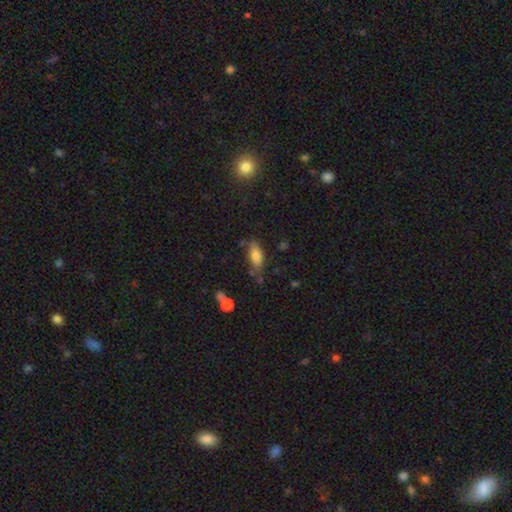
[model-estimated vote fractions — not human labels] A smooth galaxy with no disk features (76%) that is in between round and cigar-shaped (78%).

Vote fractions:
- Smooth or featured? smooth: 76% / featured or disk: 16% / star or artifact: 8%
- How rounded? in between: 78% / cigar-shaped: 19% / round: 3%
- Merging? none: 62% / minor disturbance: 24% / major disturbance: 7% / merger: 7%